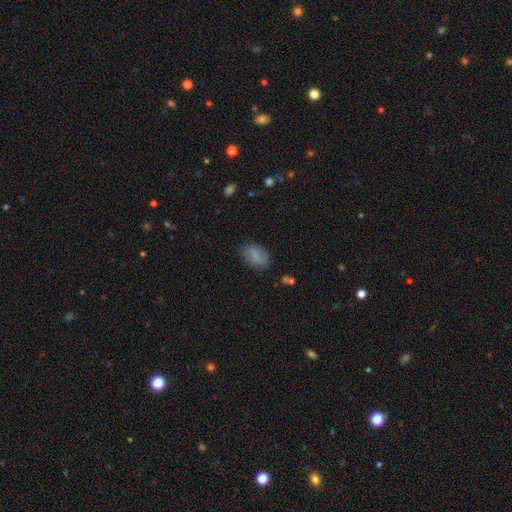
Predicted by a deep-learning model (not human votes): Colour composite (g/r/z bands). It shows a smooth galaxy with no disk features (75%) that is in between round and cigar-shaped (89%). Merging: none (79%).